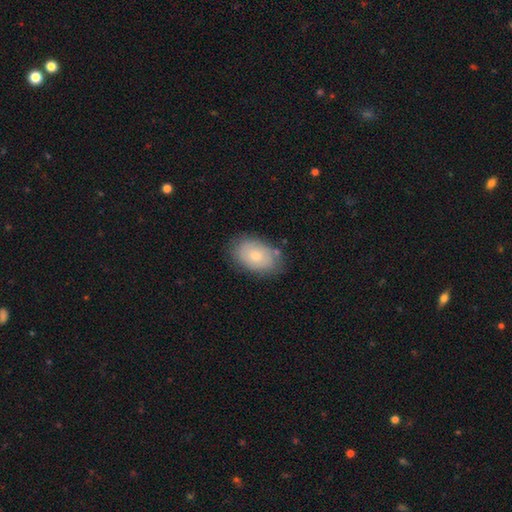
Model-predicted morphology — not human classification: smooth-or-featured: smooth: 61% | featured or disk: 32% | star or artifact: 7%
  how-rounded: in between: 87% | round: 12% | cigar-shaped: 1%
  merging: none: 75% | minor disturbance: 19% | major disturbance: 4% | merger: 2%